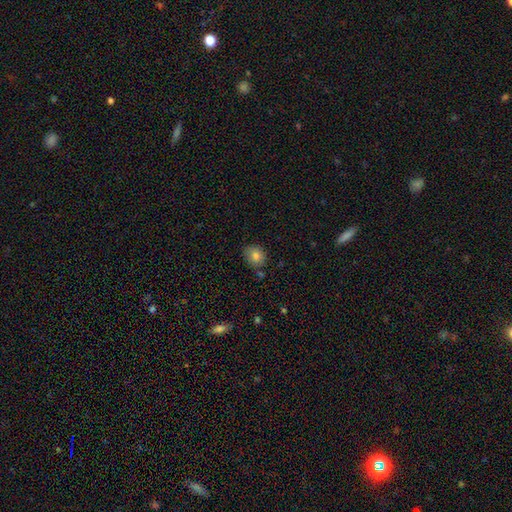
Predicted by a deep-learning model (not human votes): Q: Smooth or featured?
A: smooth (82%); runner-up: star or artifact (10%)
Q: How rounded?
A: round (62%); runner-up: in between (37%)
Q: Merging?
A: none (74%); runner-up: minor disturbance (18%)